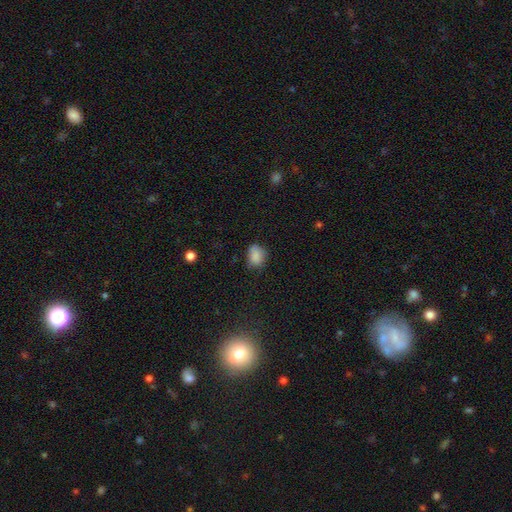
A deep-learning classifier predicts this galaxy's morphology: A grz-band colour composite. It shows a smooth galaxy with no disk features (85%) that is in between round and cigar-shaped (58%). Merging: none (67%).